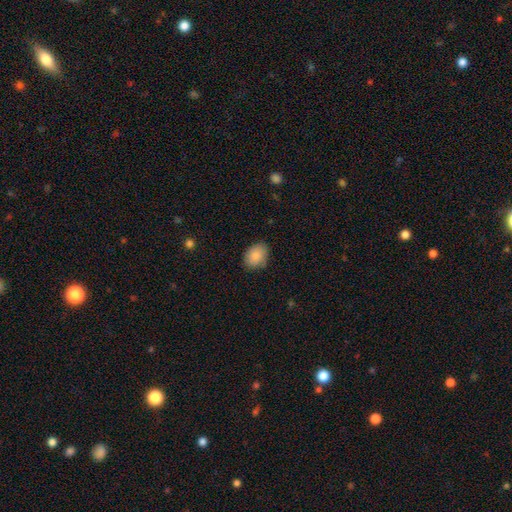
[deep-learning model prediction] This appears to be a smooth galaxy with no disk features (86%) that is in between round and cigar-shaped (65%). Merging: none (81%).